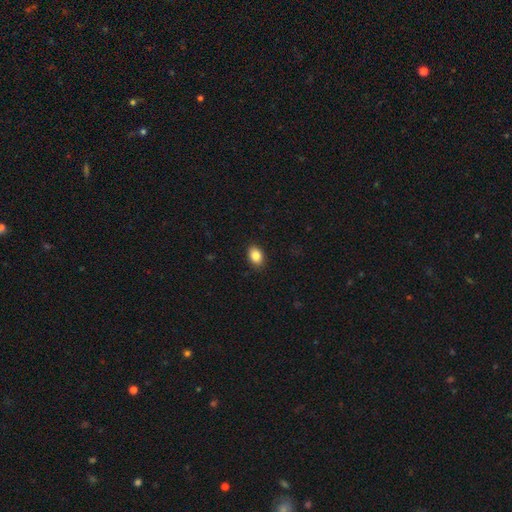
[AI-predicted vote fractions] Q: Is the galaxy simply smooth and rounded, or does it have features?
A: smooth — 86%.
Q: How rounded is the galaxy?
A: in between — 79%.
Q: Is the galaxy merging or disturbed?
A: none — 89%.